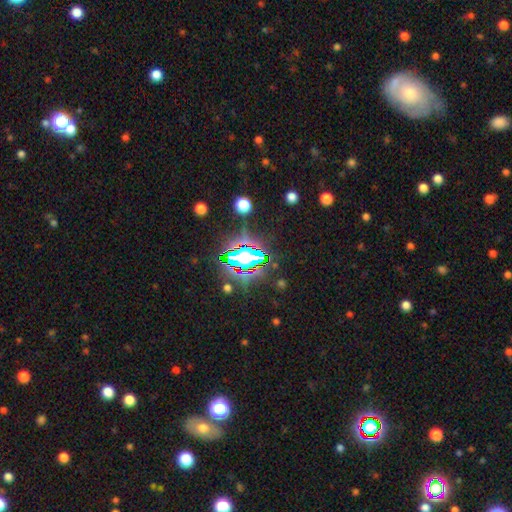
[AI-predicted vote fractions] smooth_or_featured: star or artifact (p=0.71) [alt: smooth p=0.18]